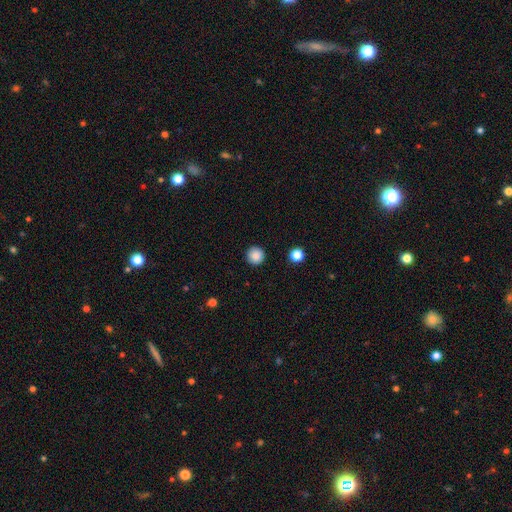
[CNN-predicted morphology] smooth 87%, star or artifact 9%, featured or disk 4%. Down the decision tree: how rounded — round (96%); merging — none (92%).